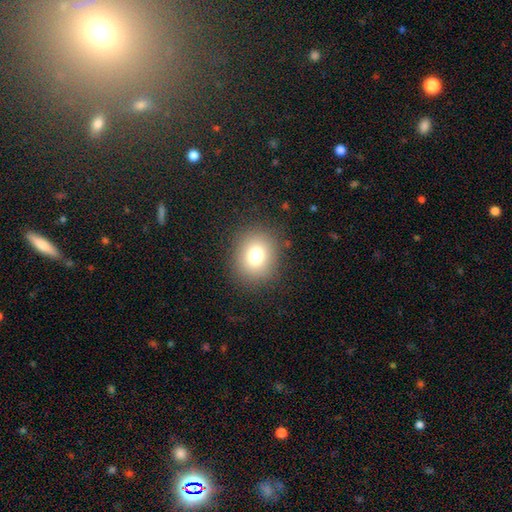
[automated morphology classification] Smooth or featured? Predicted: smooth (p=0.76). How rounded? Predicted: round (p=0.73). Merging? Predicted: none (p=0.87).